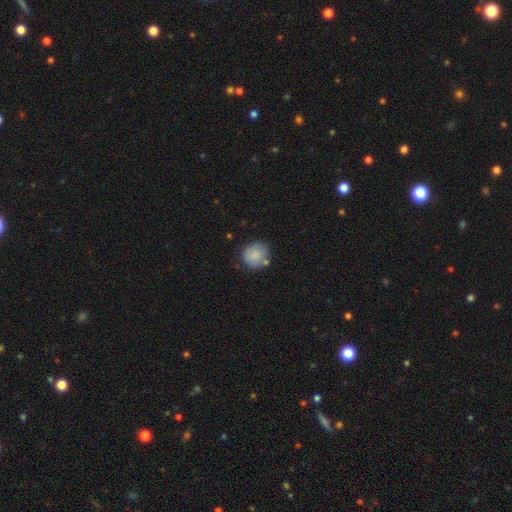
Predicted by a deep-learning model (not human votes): Smooth or featured?
  - smooth: 81% *
  - featured or disk: 12%
  - star or artifact: 7%
How rounded?
  - round: 87% *
  - in between: 12%
  - cigar-shaped: 1%
Merging?
  - none: 68% *
  - minor disturbance: 18%
  - merger: 9%
  - major disturbance: 5%